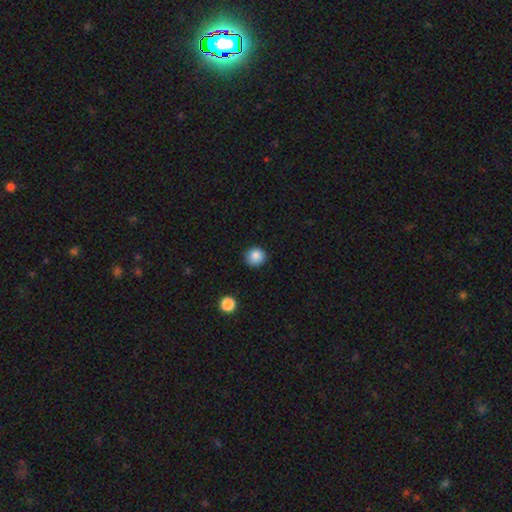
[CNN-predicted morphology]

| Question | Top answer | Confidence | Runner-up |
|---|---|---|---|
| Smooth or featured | smooth | 86% | star or artifact (10%) |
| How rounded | round | 90% | in between (9%) |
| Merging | none | 89% | minor disturbance (8%) |